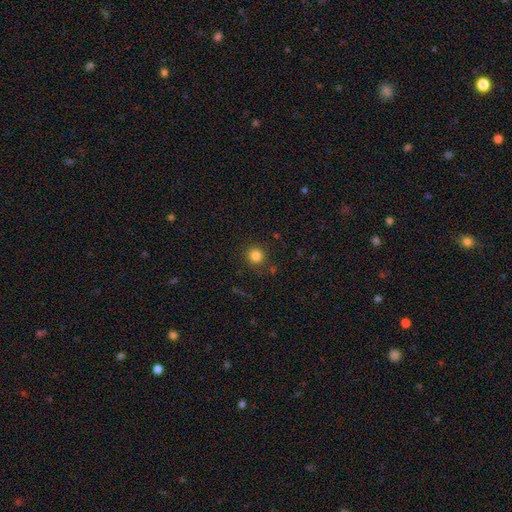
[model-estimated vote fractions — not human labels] Smooth or featured: smooth — 83% (star or artifact — 13%)
How rounded: round — 93% (in between — 6%)
Merging: none — 88% (minor disturbance — 7%)